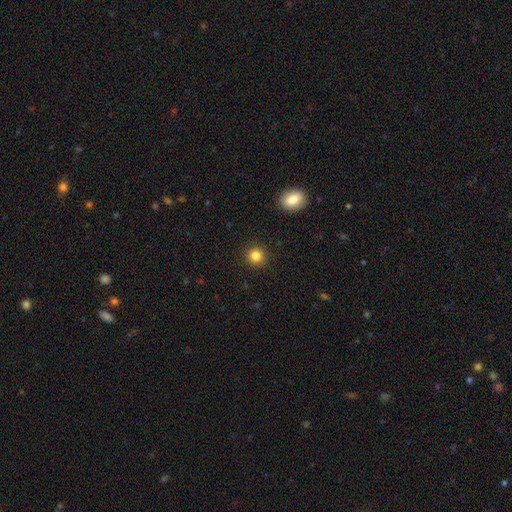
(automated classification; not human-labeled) A smooth galaxy with no disk features (84%) that is round (92%).

Vote fractions:
- Smooth or featured? smooth: 84% / star or artifact: 12% / featured or disk: 5%
- How rounded? round: 92% / in between: 7% / cigar-shaped: 1%
- Merging? none: 92% / minor disturbance: 5% / major disturbance: 2% / merger: 1%